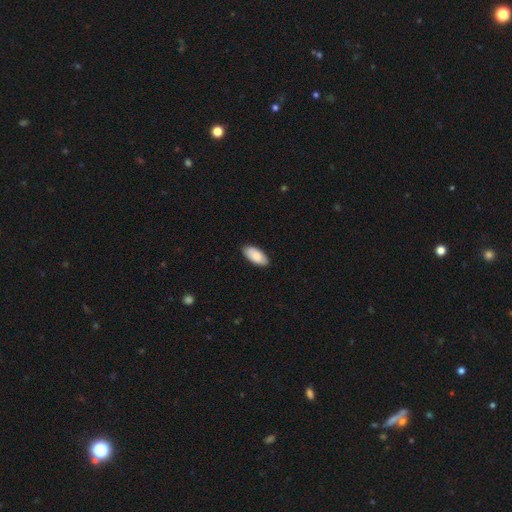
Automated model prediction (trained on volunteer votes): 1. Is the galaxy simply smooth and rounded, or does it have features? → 87% smooth, 8% featured or disk, 6% star or artifact.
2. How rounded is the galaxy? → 92% in between, 6% cigar-shaped, 2% round.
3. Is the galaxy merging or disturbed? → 88% none, 9% minor disturbance, 2% major disturbance, 1% merger.